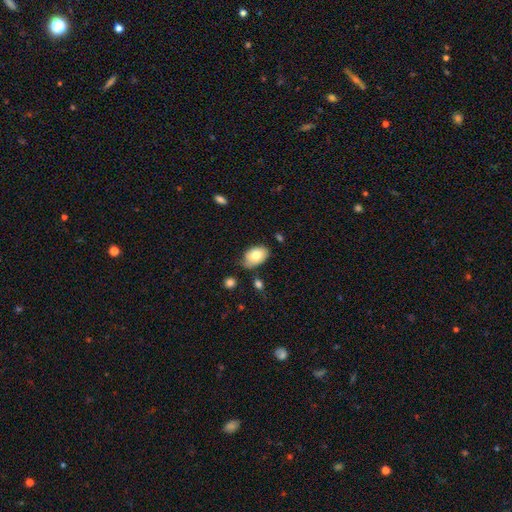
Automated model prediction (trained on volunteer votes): Q: Smooth or featured?
A: smooth (75%); runner-up: featured or disk (17%)
Q: How rounded?
A: in between (91%); runner-up: round (8%)
Q: Merging?
A: none (66%); runner-up: minor disturbance (25%)